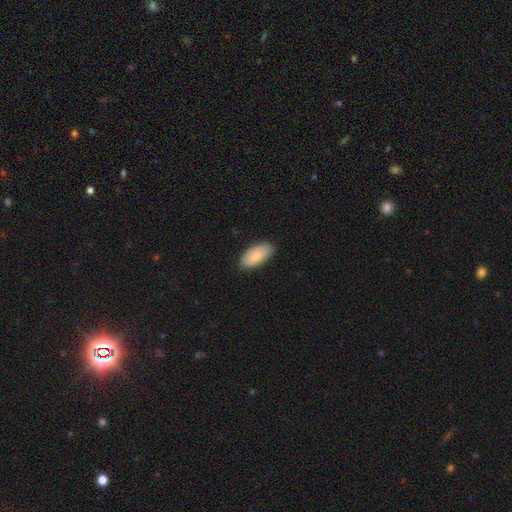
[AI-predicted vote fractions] This is clearly a smooth galaxy (82%). How rounded: clearly in between (94%). Merging: clearly none (85%).